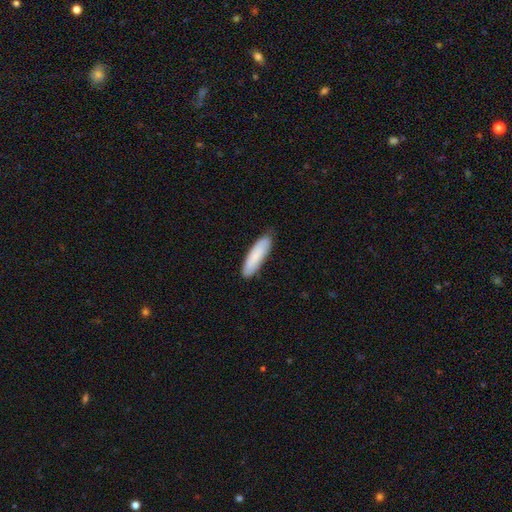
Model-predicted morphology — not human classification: Overall: smooth (81%). How rounded: cigar-shaped (66%; in between 33%). Merging: none (81%).